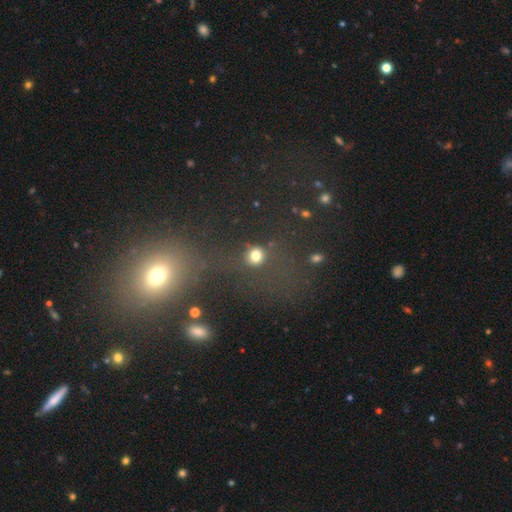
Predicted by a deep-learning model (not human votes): smooth_or_featured: smooth (p=0.72) [alt: star or artifact p=0.19]
how_rounded: round (p=0.76) [alt: in between p=0.22]
merging: none (p=0.61) [alt: merger p=0.14]